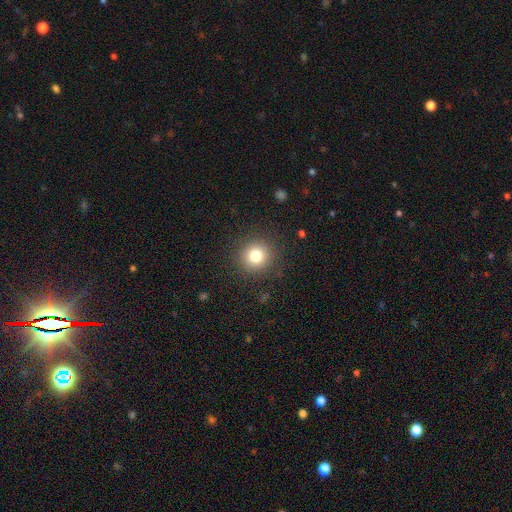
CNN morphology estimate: This is likely a smooth galaxy (79%). How rounded: clearly round (93%). Merging: clearly none (90%).